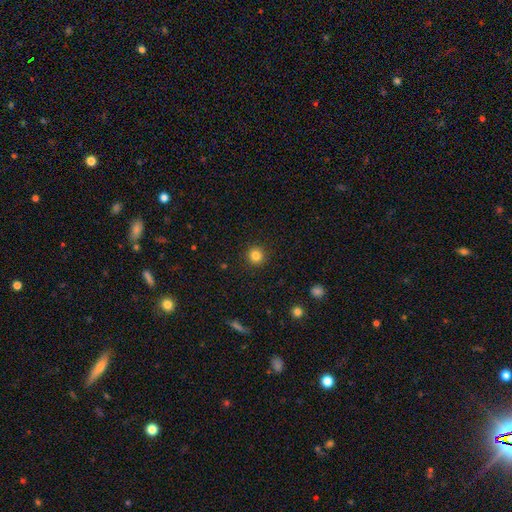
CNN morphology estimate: smooth 83%, star or artifact 12%, featured or disk 5%. Down the decision tree: how rounded — round (93%); merging — none (92%).